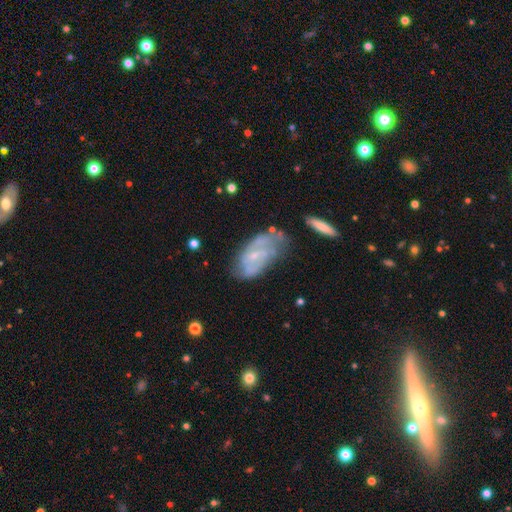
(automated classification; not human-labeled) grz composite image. It shows a featured or disk galaxy (69%) with no bar (45%), spiral arms (75%) and a small central bulge (69%). Merging: none (47%).